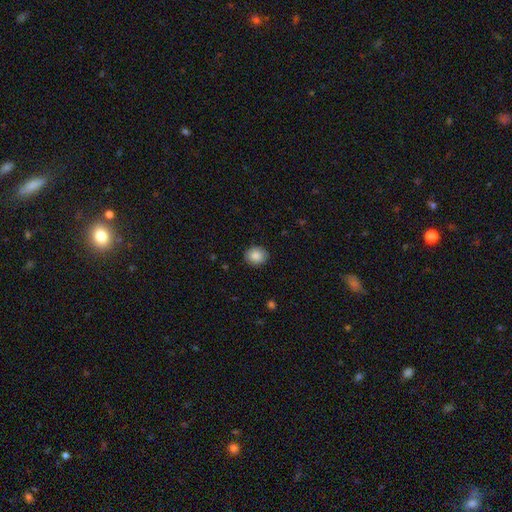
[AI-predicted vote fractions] Overall: smooth (86%). How rounded: round (71%). Merging: none (88%).